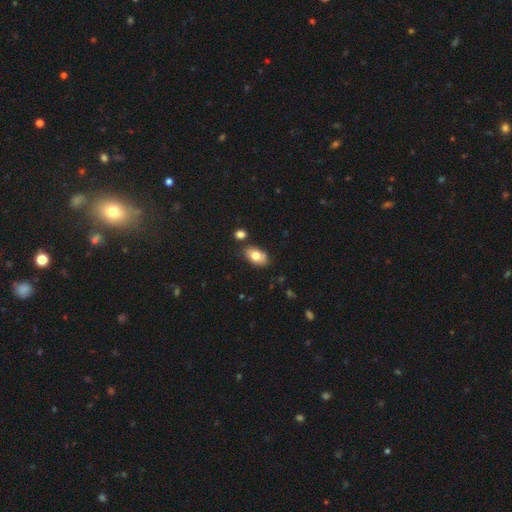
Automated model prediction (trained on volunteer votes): This appears to be a smooth galaxy with no disk features (76%) that is in between round and cigar-shaped (91%). Merging: none (70%).